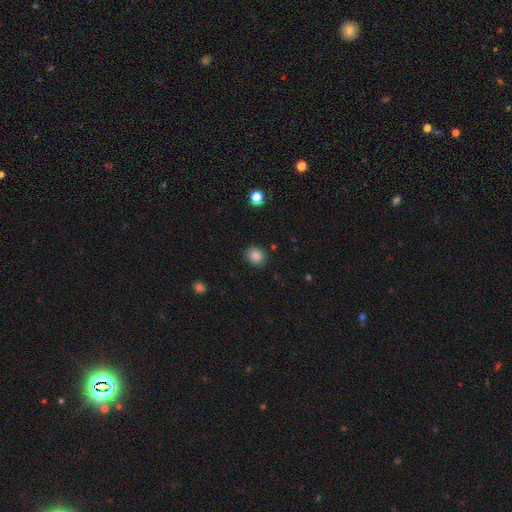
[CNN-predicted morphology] Smooth or featured?
  - smooth: 85% *
  - star or artifact: 10%
  - featured or disk: 5%
How rounded?
  - round: 76% *
  - in between: 23%
  - cigar-shaped: 1%
Merging?
  - none: 88% *
  - minor disturbance: 8%
  - major disturbance: 2%
  - merger: 1%